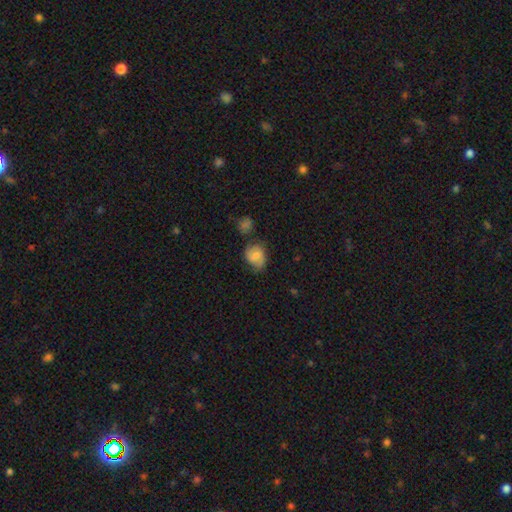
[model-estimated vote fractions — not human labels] A smooth galaxy with no disk features (68%) that is in between round and cigar-shaped (51%).

Vote fractions:
- Smooth or featured? smooth: 68% / featured or disk: 24% / star or artifact: 8%
- How rounded? in between: 51% / round: 48% / cigar-shaped: 1%
- Merging? none: 57% / minor disturbance: 26% / major disturbance: 9% / merger: 8%